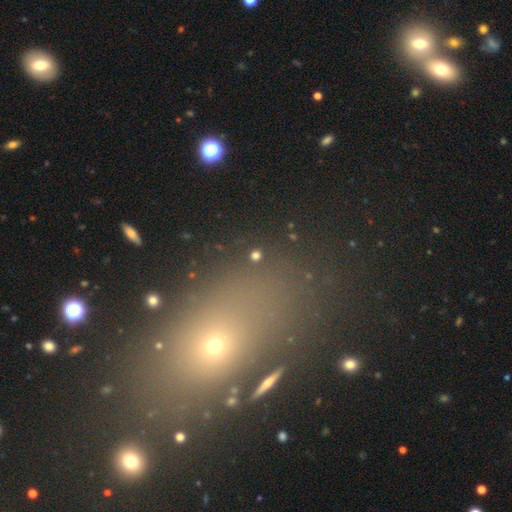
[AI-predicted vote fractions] smooth 66%, star or artifact 28%, featured or disk 7%. Down the decision tree: how rounded — round (87%); merging — none (87%).